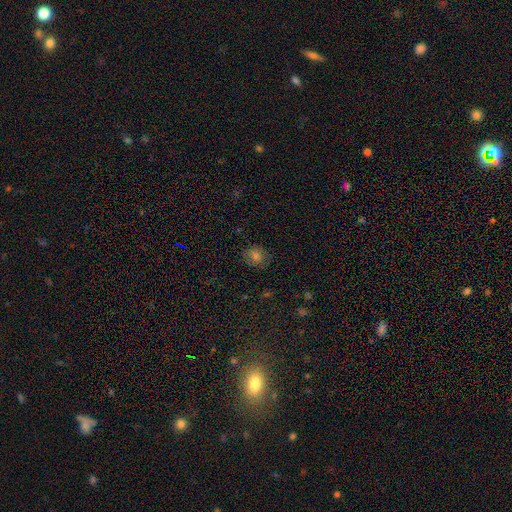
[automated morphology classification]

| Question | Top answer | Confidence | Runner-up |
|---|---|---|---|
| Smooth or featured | smooth | 68% | star or artifact (22%) |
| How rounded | round | 75% | in between (24%) |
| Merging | none | 82% | minor disturbance (13%) |